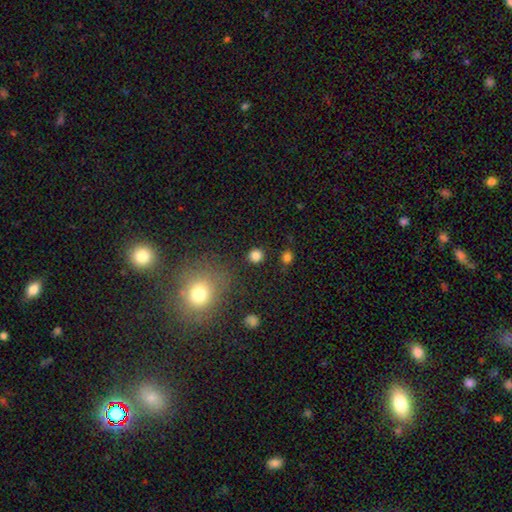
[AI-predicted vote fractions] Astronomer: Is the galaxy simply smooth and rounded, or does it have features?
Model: smooth — 83%.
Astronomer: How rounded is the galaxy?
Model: round — 90%.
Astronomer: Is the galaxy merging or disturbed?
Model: none — 88%.